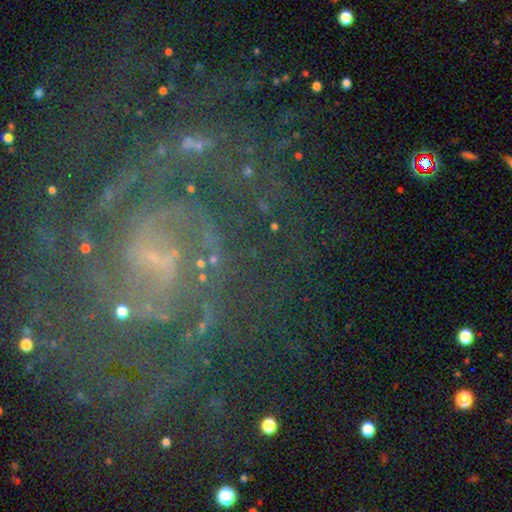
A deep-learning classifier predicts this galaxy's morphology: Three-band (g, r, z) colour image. It shows a featured or disk galaxy (79%) with a weak bar (44%), 2 (31%) tight (55%) spiral arms (96%) and a small central bulge (63%). Merging: none (68%).